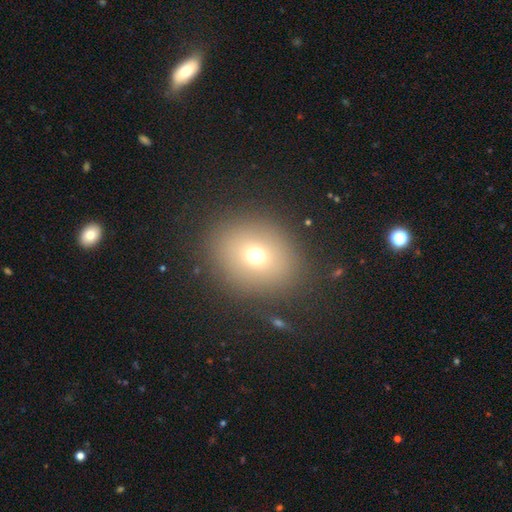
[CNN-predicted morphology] Overall: smooth (69%). How rounded: round (65%; in between 34%). Merging: none (84%).